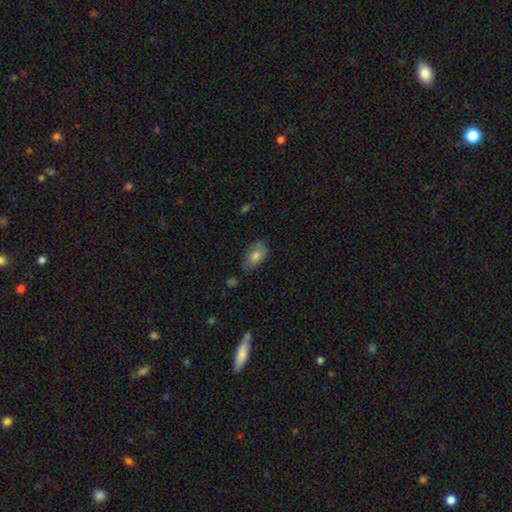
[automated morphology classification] Smooth or featured: smooth — 77% (featured or disk — 15%)
How rounded: in between — 89% (round — 8%)
Merging: none — 64% (minor disturbance — 27%)